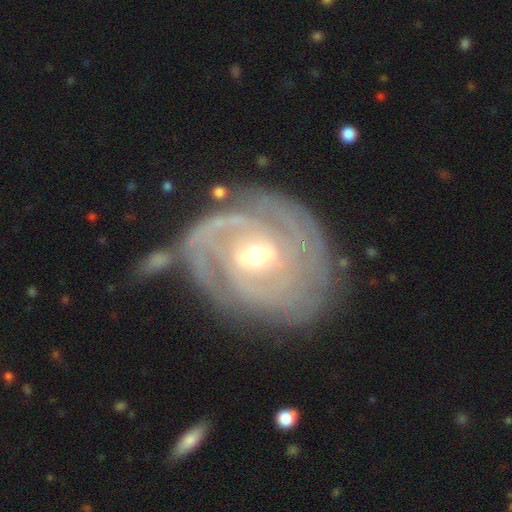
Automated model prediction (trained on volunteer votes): smooth_or_featured: featured or disk (p=0.88) [alt: smooth p=0.07]
disk_edge_on: no (p=0.97) [alt: yes p=0.03]
bar: weak (p=0.52) [alt: no p=0.27]
has_spiral_arms: yes (p=0.95) [alt: no p=0.05]
spiral_winding: tight (p=0.77) [alt: medium p=0.19]
spiral_arm_count: can't tell (p=0.30) [alt: 2 p=0.27]
bulge_size: moderate (p=0.60) [alt: small p=0.35]
merging: none (p=0.64) [alt: minor disturbance p=0.20]